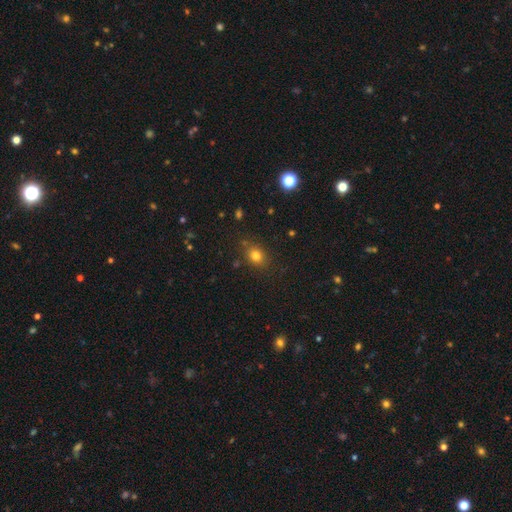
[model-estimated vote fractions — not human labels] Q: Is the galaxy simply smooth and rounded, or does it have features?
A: smooth — 78%.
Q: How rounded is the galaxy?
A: round — 59%.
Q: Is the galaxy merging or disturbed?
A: none — 80%.